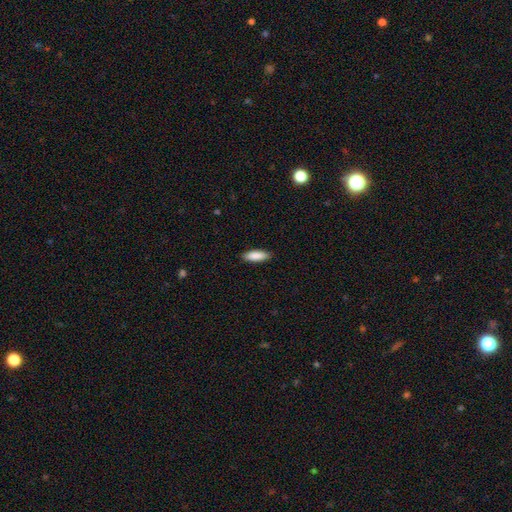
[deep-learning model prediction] smooth_or_featured: smooth (p=0.88) [alt: featured or disk p=0.06]
how_rounded: in between (p=0.56) [alt: cigar-shaped p=0.43]
merging: none (p=0.89) [alt: minor disturbance p=0.08]